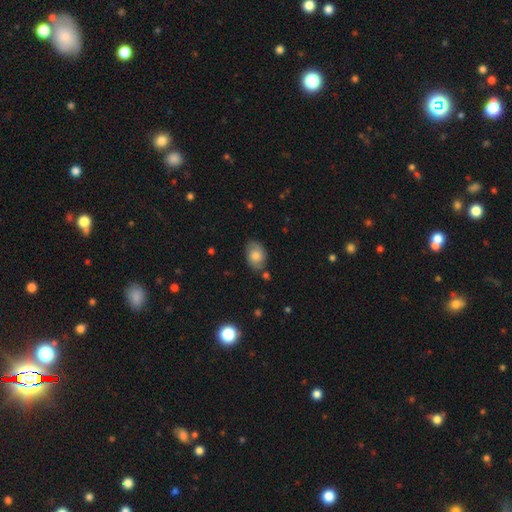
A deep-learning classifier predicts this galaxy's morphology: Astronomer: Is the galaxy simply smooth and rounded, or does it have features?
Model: smooth — 71%.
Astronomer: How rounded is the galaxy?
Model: in between — 82%.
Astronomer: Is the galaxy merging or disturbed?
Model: none — 73%.